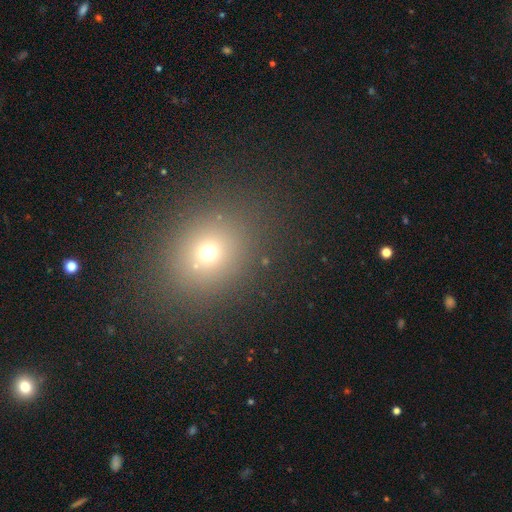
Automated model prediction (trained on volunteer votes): Overall: smooth (62%; star or artifact 29%). How rounded: round (62%; in between 37%). Merging: none (90%).